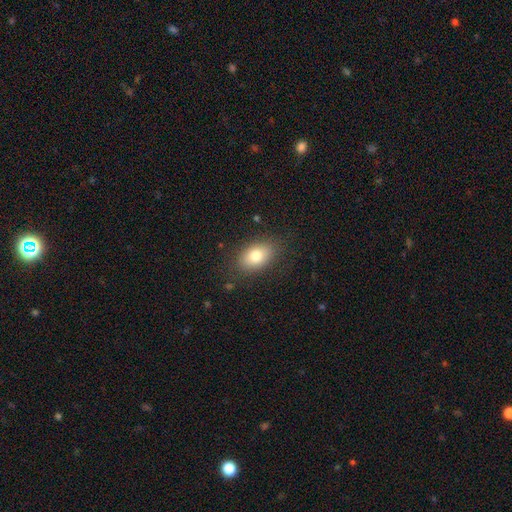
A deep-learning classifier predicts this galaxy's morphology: Smooth or featured: smooth — 78% (featured or disk — 13%)
How rounded: in between — 85% (round — 14%)
Merging: none — 84% (minor disturbance — 11%)